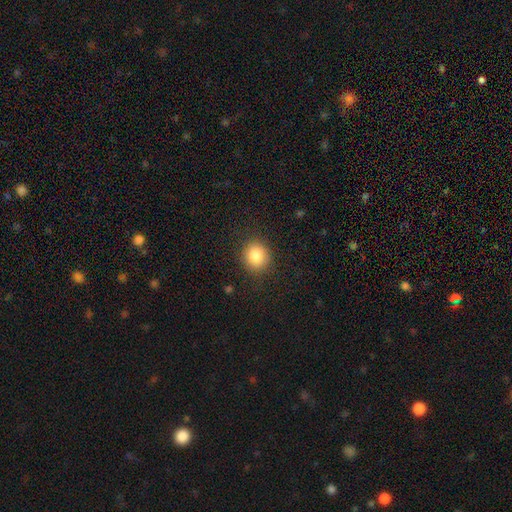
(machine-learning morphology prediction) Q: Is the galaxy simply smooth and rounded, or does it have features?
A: smooth — 85%.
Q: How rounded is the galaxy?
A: round — 79%.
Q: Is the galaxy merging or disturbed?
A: none — 88%.